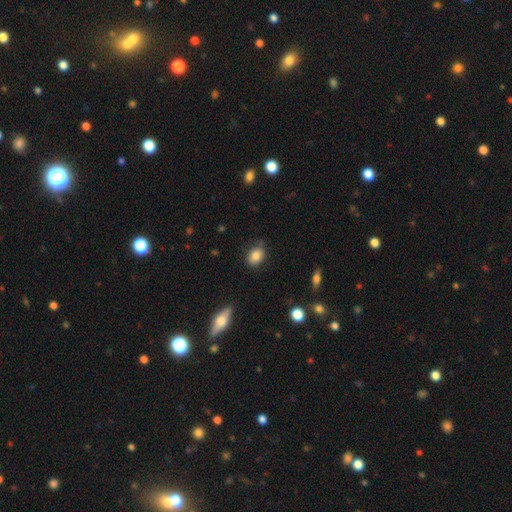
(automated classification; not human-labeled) A smooth galaxy with no disk features (83%) that is in between round and cigar-shaped (67%).

Vote fractions:
- Smooth or featured? smooth: 83% / star or artifact: 9% / featured or disk: 8%
- How rounded? in between: 67% / round: 32% / cigar-shaped: 1%
- Merging? none: 75% / minor disturbance: 20% / major disturbance: 4% / merger: 2%